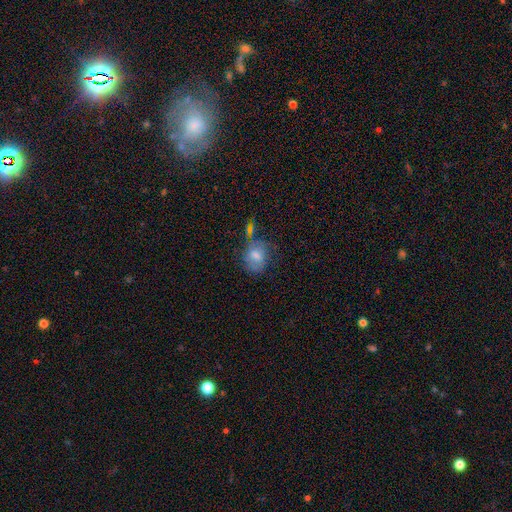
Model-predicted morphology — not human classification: smooth_or_featured: smooth (p=0.65) [alt: featured or disk p=0.25]
how_rounded: in between (p=0.56) [alt: round p=0.42]
merging: none (p=0.41) [alt: minor disturbance p=0.24]